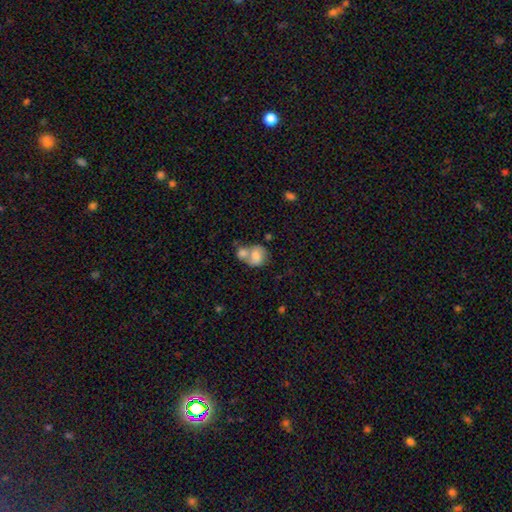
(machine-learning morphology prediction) type=smooth (68%); roundness=round (63%); merging=merger (60%).